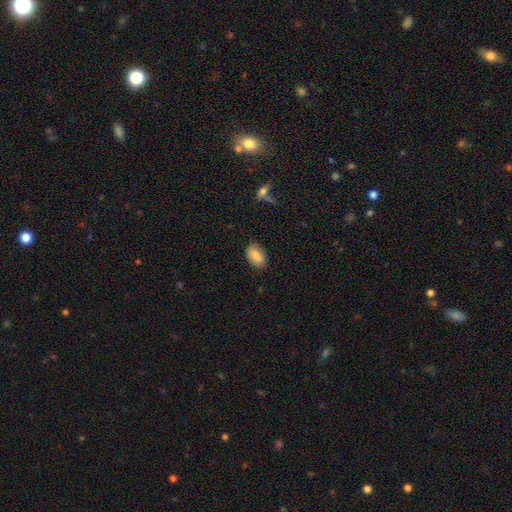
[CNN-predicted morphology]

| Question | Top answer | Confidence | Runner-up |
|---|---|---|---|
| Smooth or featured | smooth | 81% | featured or disk (11%) |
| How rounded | in between | 90% | round (9%) |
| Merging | none | 83% | minor disturbance (13%) |